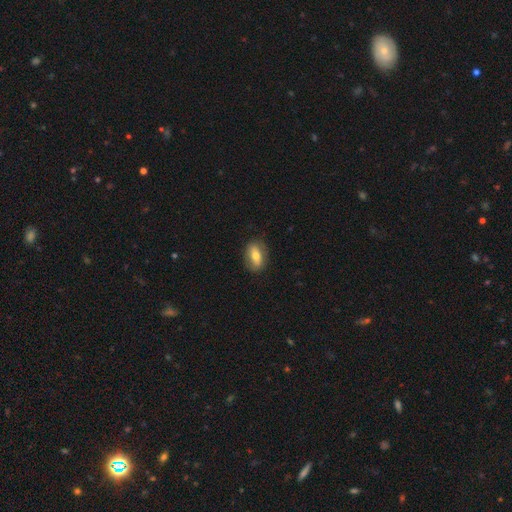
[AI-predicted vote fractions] The model was most divided on "smooth or featured": smooth: 59%, featured or disk: 34%, star or artifact: 7%. More confident: how rounded — in between (83%); merging — none (80%).